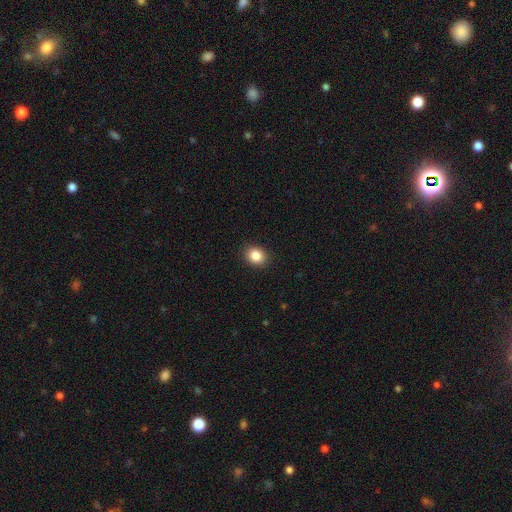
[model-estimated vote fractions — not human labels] Overall: smooth (85%). How rounded: round (64%; in between 36%). Merging: none (90%).